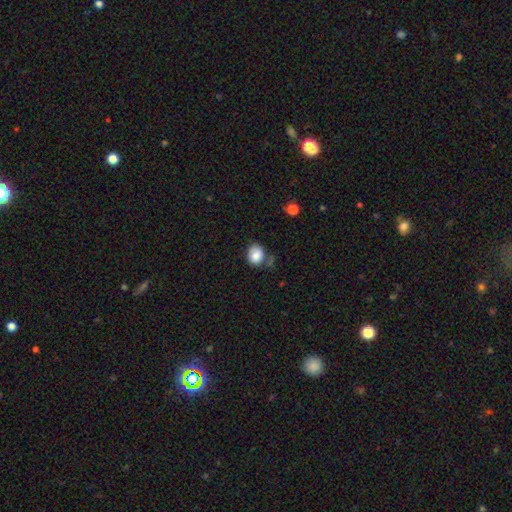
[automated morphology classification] A smooth galaxy with no disk features (84%) that is round (50%).

Vote fractions:
- Smooth or featured? smooth: 84% / star or artifact: 9% / featured or disk: 8%
- How rounded? round: 50% / in between: 49% / cigar-shaped: 1%
- Merging? none: 59% / minor disturbance: 25% / merger: 9% / major disturbance: 8%